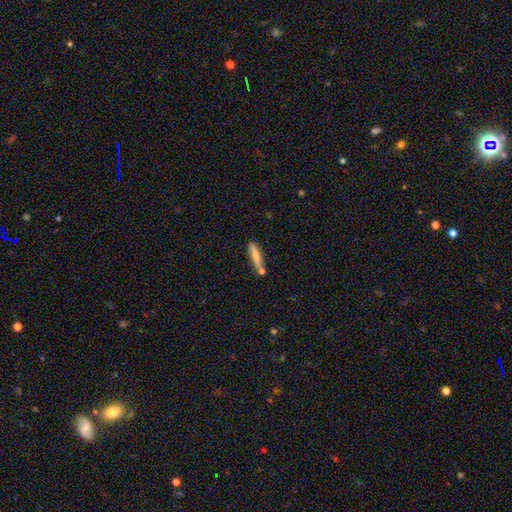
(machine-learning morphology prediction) Q: Smooth or featured?
A: smooth (65%); runner-up: featured or disk (29%)
Q: How rounded?
A: cigar-shaped (82%); runner-up: in between (16%)
Q: Merging?
A: none (65%); runner-up: minor disturbance (17%)